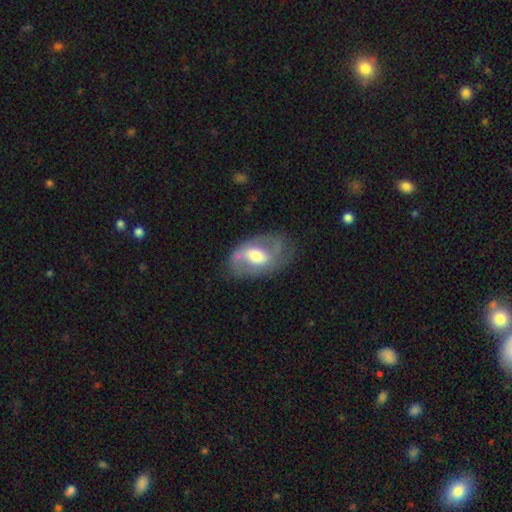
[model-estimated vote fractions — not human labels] Smooth or featured? featured or disk (65%)
Edge-on disk? no (95%)
Bar? weak (44%)
Spiral arms? yes (73%)
Bulge size? moderate (64%)
Merging? none (59%)